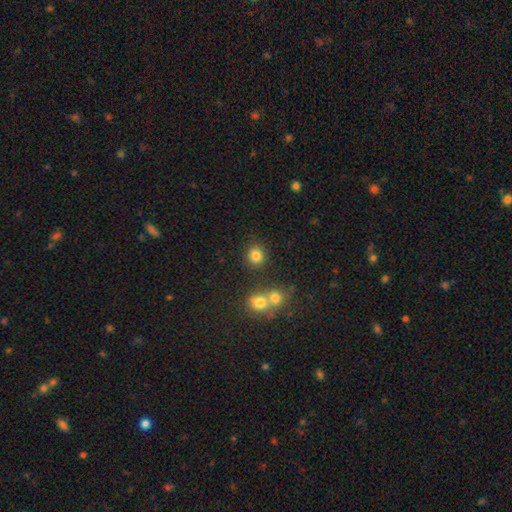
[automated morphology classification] This is clearly a smooth galaxy (81%). How rounded: clearly round (87%). Merging: clearly none (81%).